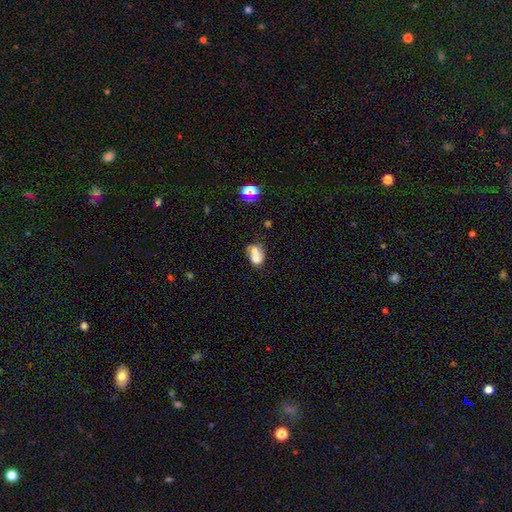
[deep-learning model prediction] Morphology: type=smooth (61%); roundness=in between (62%); merging=merger (59%).